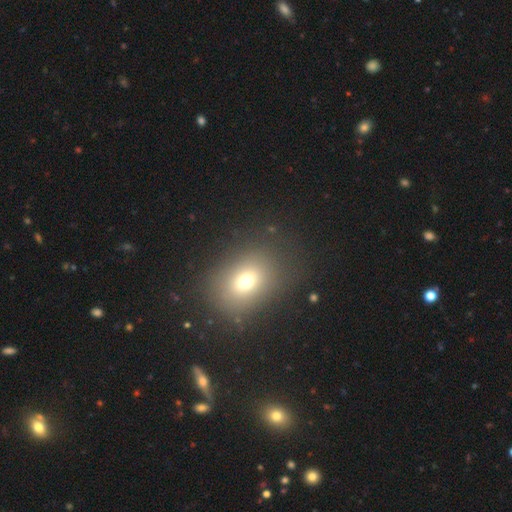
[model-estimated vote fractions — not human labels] This is likely a smooth galaxy (62%). How rounded: possibly in between (56%). Merging: clearly none (87%).